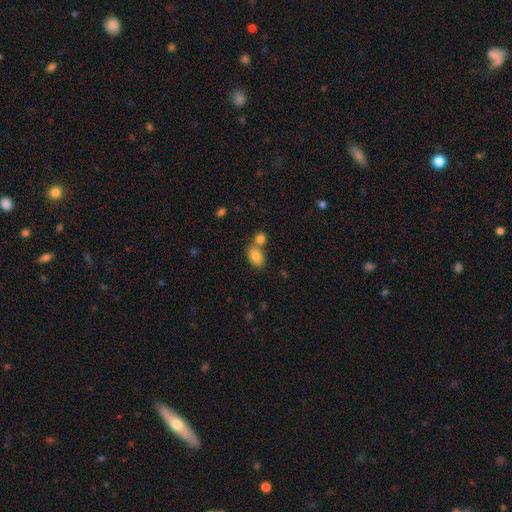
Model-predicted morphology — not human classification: A smooth galaxy with no disk features (83%) that is in between round and cigar-shaped (82%). Merging: none (49%).